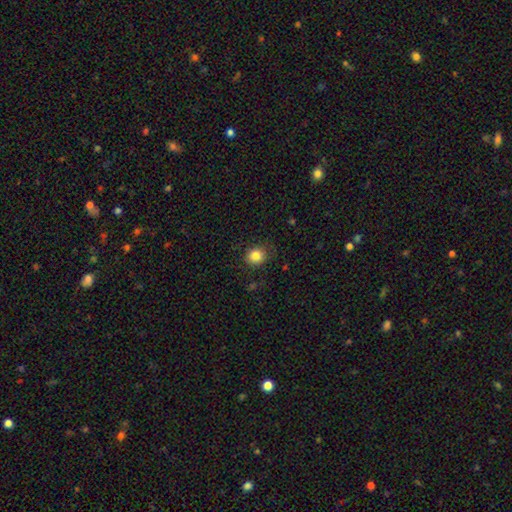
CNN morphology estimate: Q: Smooth or featured?
A: smooth (84%); runner-up: star or artifact (11%)
Q: How rounded?
A: round (81%); runner-up: in between (18%)
Q: Merging?
A: none (84%); runner-up: minor disturbance (12%)